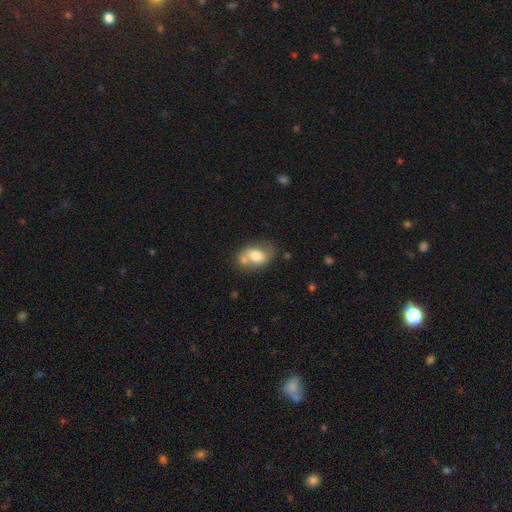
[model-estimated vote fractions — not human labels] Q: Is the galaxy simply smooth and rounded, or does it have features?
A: smooth — 55%.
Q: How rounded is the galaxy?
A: in between — 78%.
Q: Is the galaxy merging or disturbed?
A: none — 45%.